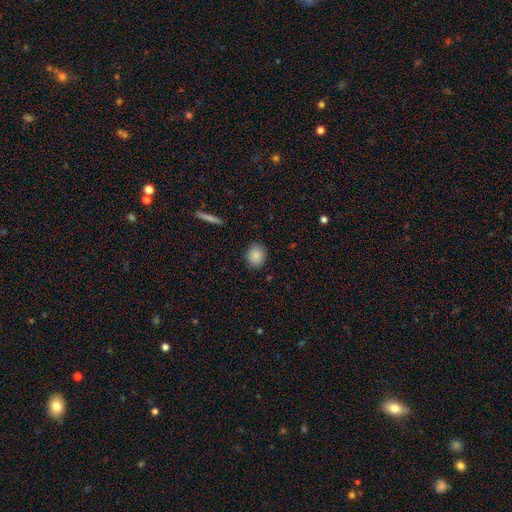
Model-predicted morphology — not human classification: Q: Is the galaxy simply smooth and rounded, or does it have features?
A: smooth — 87%.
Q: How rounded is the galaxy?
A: round — 82%.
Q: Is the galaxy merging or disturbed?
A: none — 88%.